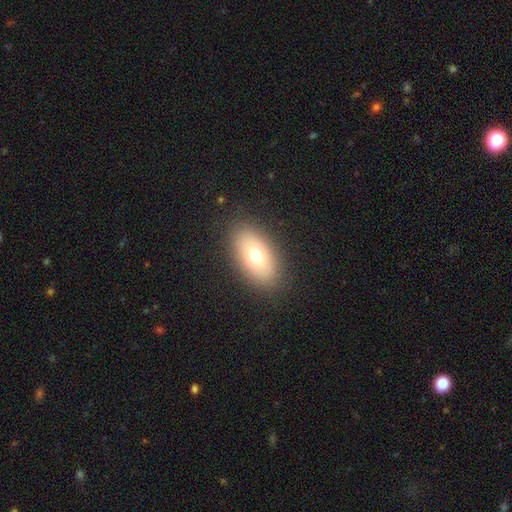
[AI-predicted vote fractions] smooth_or_featured: smooth (p=0.71) [alt: featured or disk p=0.19]
how_rounded: in between (p=0.90) [alt: round p=0.07]
merging: none (p=0.87) [alt: minor disturbance p=0.09]